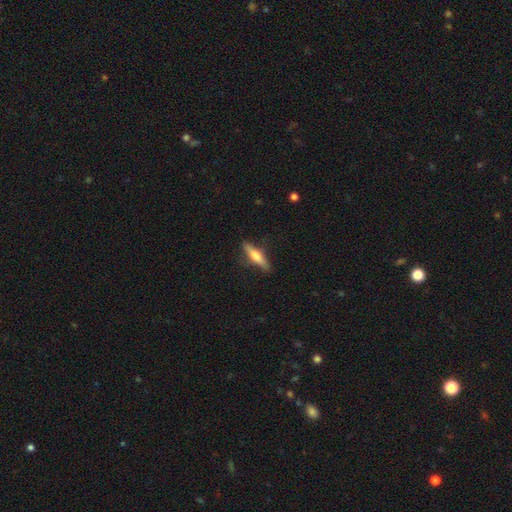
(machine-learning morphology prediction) This appears to be a smooth galaxy with no disk features (51%) that is cigar-shaped (81%). Merging: none (85%).